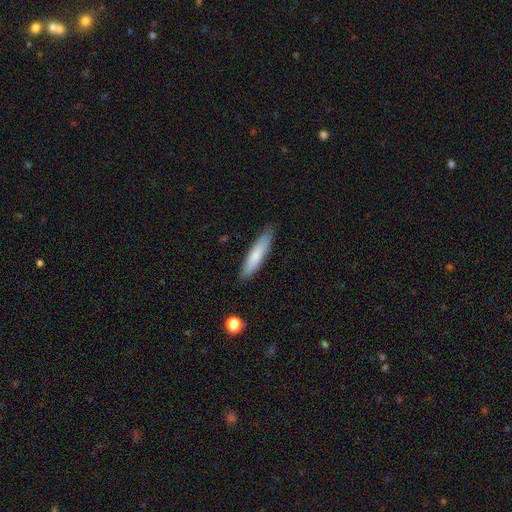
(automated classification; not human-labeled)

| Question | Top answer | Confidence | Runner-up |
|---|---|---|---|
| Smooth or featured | smooth | 76% | featured or disk (18%) |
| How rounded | cigar-shaped | 83% | in between (15%) |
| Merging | none | 85% | minor disturbance (11%) |